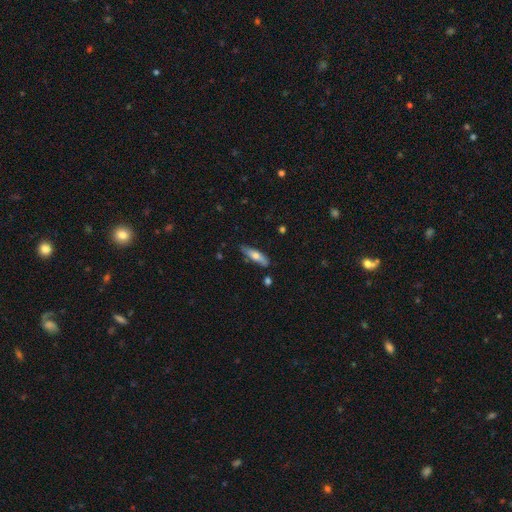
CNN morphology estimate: The model was most divided on "how rounded": cigar-shaped: 62%, in between: 36%, round: 2%. More confident: merging — none (76%); smooth or featured — smooth (63%).